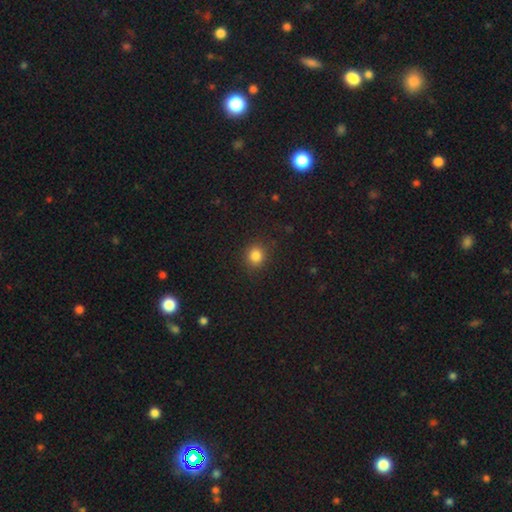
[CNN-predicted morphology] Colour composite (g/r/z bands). It shows a smooth galaxy with no disk features (84%) that is round (84%). Merging: none (89%).